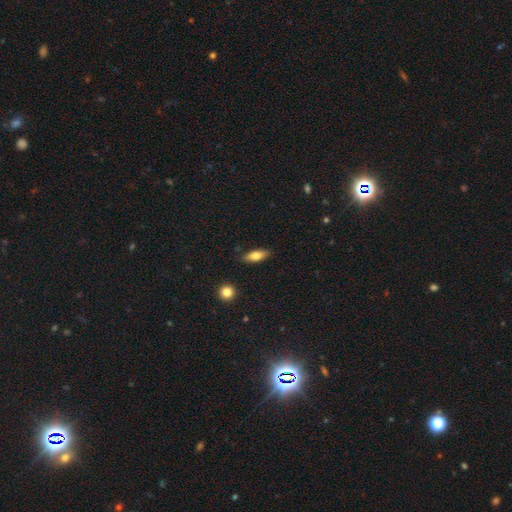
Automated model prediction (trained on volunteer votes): Smooth or featured: smooth — 75% (featured or disk — 18%)
How rounded: in between — 67% (cigar-shaped — 30%)
Merging: none — 85% (minor disturbance — 11%)